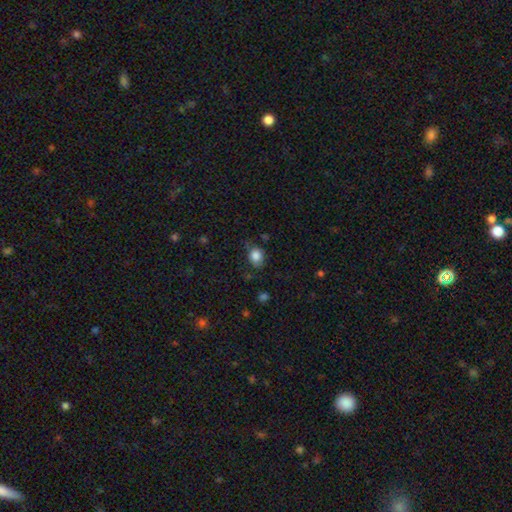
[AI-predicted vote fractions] Smooth or featured? smooth (85%)
How rounded? round (50%)
Merging? none (66%)